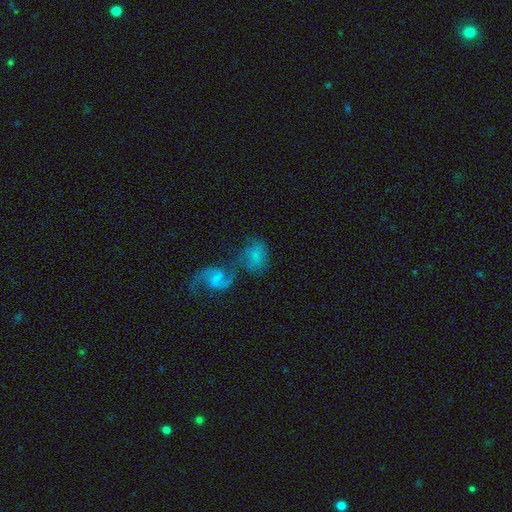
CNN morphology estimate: type=featured or disk (47%); merging=merger (47%).